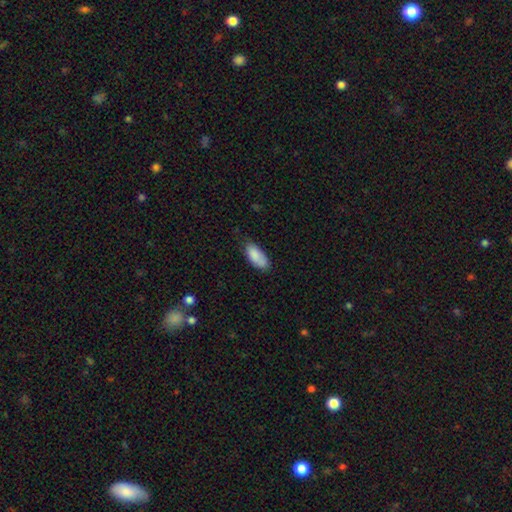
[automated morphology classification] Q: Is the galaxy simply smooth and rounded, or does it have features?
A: smooth — 87%.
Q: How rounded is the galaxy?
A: in between — 88%.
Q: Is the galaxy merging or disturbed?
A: none — 70%.